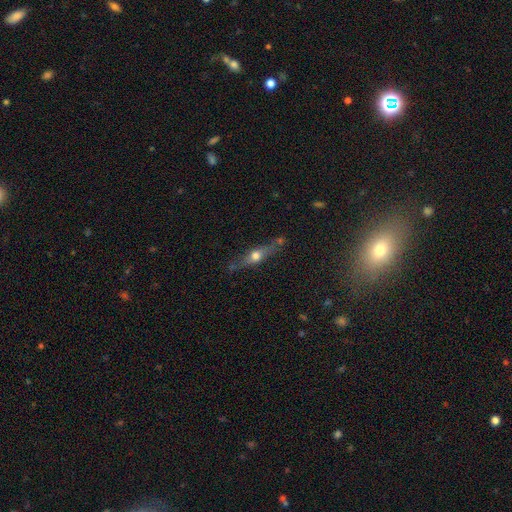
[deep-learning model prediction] This appears to be a featured or disk galaxy (62%) viewed edge-on (91%) with a rounded central bulge (94%). Merging: none (72%).